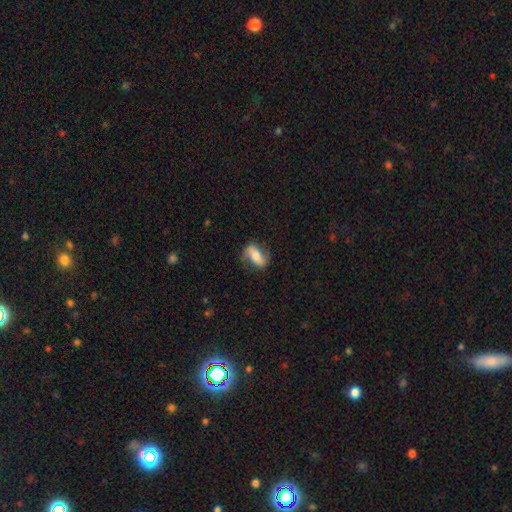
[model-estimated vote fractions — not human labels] smooth-or-featured: smooth: 47% | featured or disk: 46% | star or artifact: 7%
  merging: none: 72% | minor disturbance: 19% | major disturbance: 8% | merger: 1%